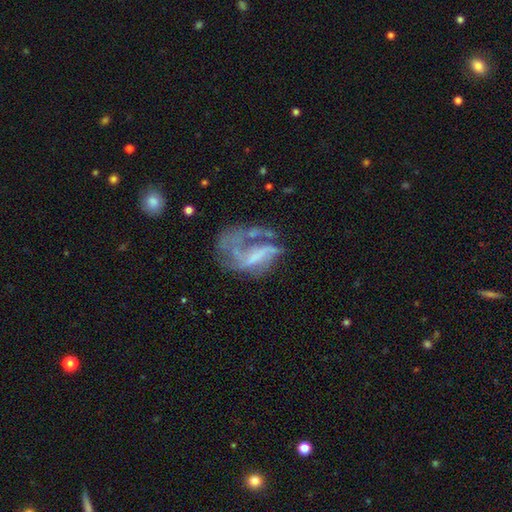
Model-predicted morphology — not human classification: Overall: featured or disk (72%). Edge-on disk: no (97%). Bar: no (44%; weak 35%). Spiral arms: yes (64%; no 36%). Bulge size: none (55%; small 22%). Merging: major disturbance (48%; none 27%).